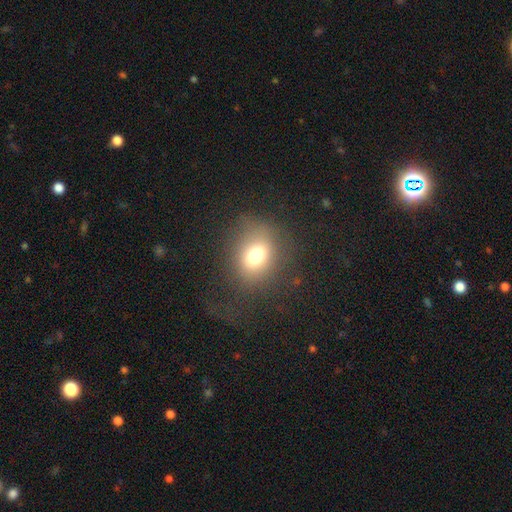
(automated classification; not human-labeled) A smooth galaxy with no disk features (73%) that is round (50%).

Vote fractions:
- Smooth or featured? smooth: 73% / star or artifact: 14% / featured or disk: 13%
- How rounded? round: 50% / in between: 49% / cigar-shaped: 1%
- Merging? none: 73% / minor disturbance: 14% / major disturbance: 11% / merger: 1%